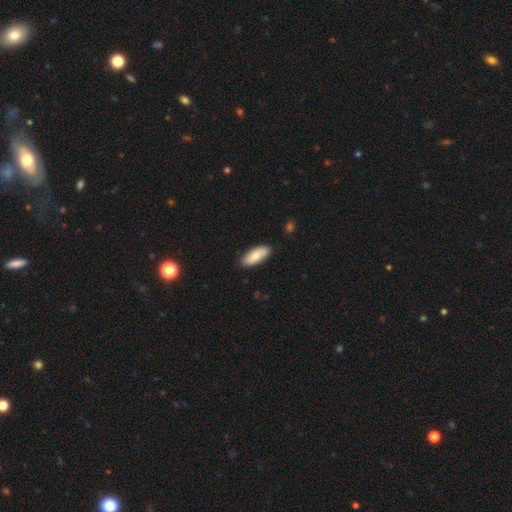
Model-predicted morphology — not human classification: Smooth or featured: smooth — 81% (featured or disk — 14%)
How rounded: in between — 85% (cigar-shaped — 13%)
Merging: none — 87% (minor disturbance — 10%)